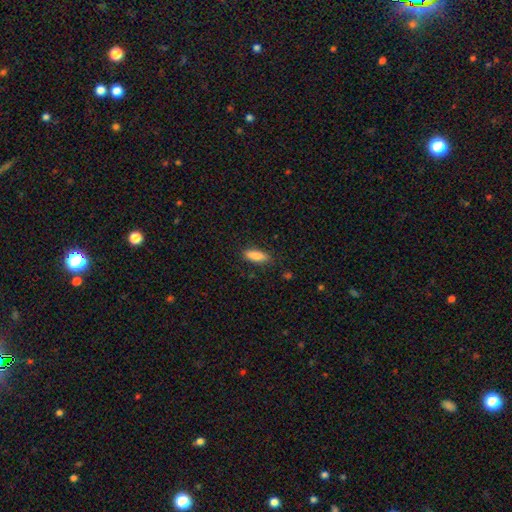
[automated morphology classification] smooth_or_featured: smooth (p=0.87) [alt: star or artifact p=0.07]
how_rounded: in between (p=0.61) [alt: cigar-shaped p=0.37]
merging: none (p=0.84) [alt: minor disturbance p=0.12]